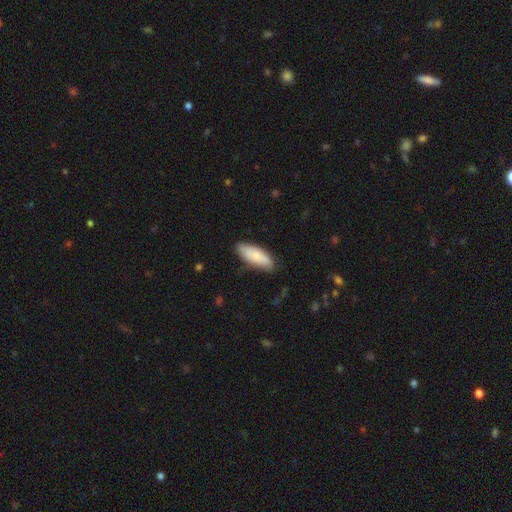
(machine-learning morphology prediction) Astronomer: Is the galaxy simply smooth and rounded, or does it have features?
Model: smooth — 74%.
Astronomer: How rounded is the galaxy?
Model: in between — 73%.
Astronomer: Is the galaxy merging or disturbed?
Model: none — 80%.